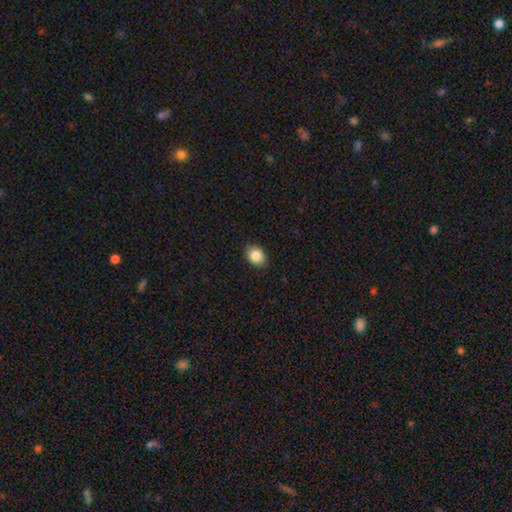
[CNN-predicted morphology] Smooth or featured?
  - smooth: 87% *
  - star or artifact: 8%
  - featured or disk: 5%
How rounded?
  - in between: 67% *
  - round: 32%
  - cigar-shaped: 1%
Merging?
  - none: 88% *
  - minor disturbance: 9%
  - major disturbance: 2%
  - merger: 1%